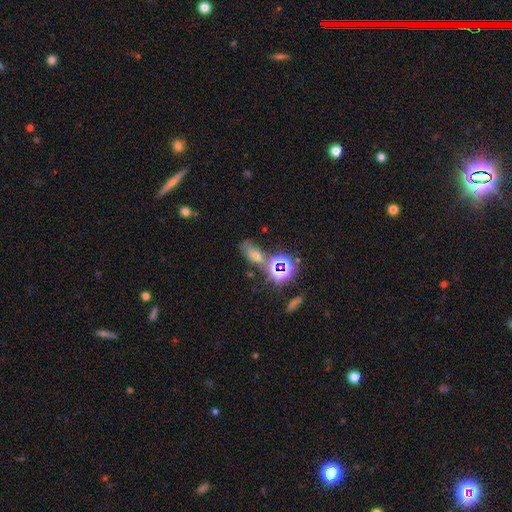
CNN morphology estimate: smooth_or_featured: star or artifact (p=0.45) [alt: smooth p=0.33]